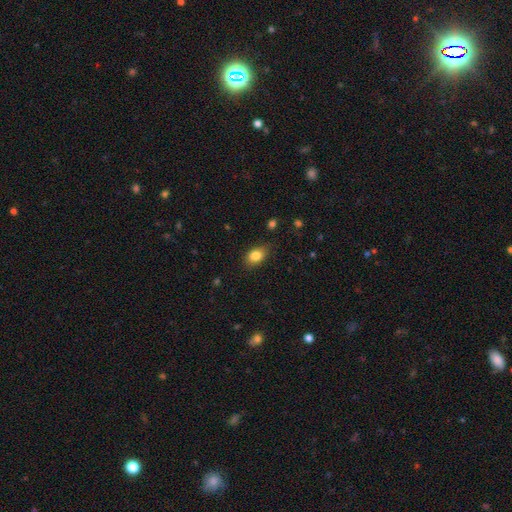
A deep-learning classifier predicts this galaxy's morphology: type=smooth (84%); roundness=in between (77%); merging=none (80%).